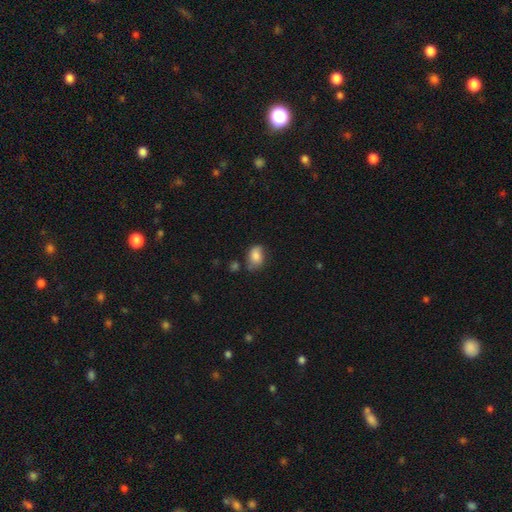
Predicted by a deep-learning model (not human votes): Smooth or featured: smooth — 78% (featured or disk — 14%)
How rounded: in between — 77% (round — 21%)
Merging: none — 57% (minor disturbance — 29%)